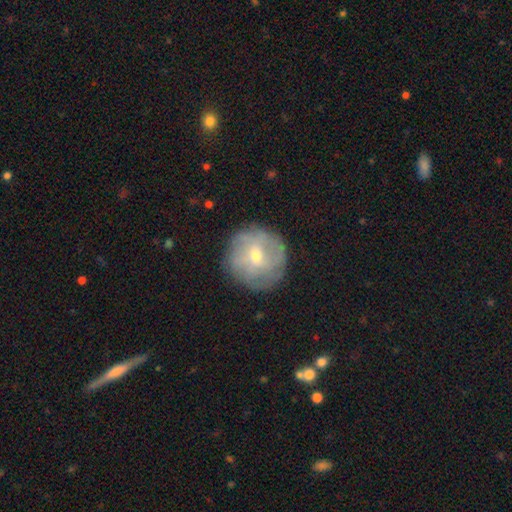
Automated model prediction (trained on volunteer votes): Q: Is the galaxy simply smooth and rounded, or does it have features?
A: featured or disk — 51%.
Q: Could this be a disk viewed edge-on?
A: no — 95%.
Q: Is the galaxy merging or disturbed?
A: none — 81%.